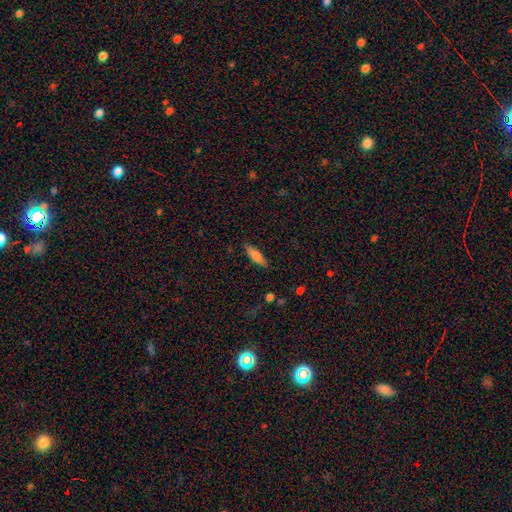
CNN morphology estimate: This appears to be a smooth galaxy with no disk features (70%) that is cigar-shaped (61%). Merging: none (86%).